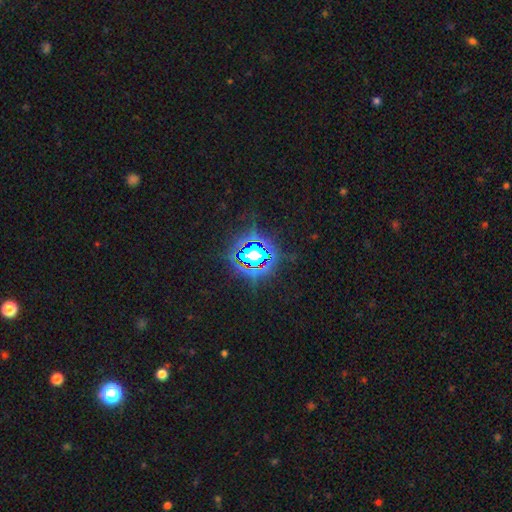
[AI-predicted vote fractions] Q: Smooth or featured?
A: star or artifact (80%); runner-up: smooth (12%)